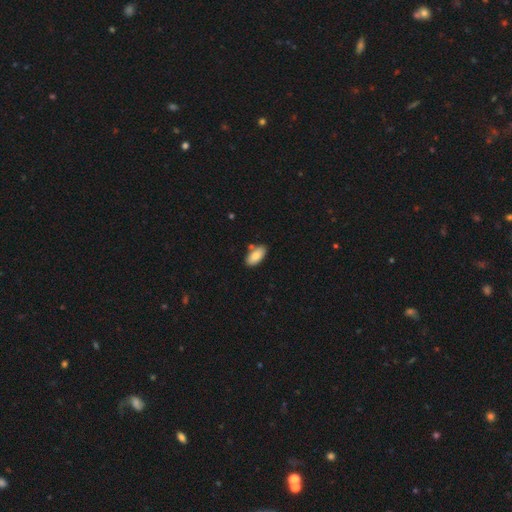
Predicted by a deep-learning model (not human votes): Morphology: type=smooth (84%); roundness=in between (91%); merging=none (78%).